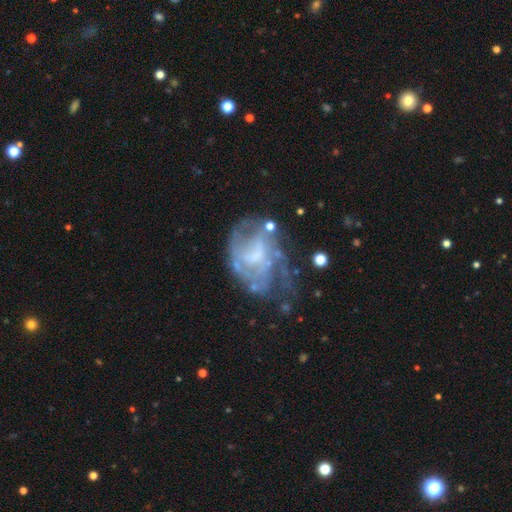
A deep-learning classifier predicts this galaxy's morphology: A featured or disk galaxy (74%) with no bar (53%), spiral arms (66%) and no central bulge (37%).

Vote fractions:
- Smooth or featured? featured or disk: 74% / smooth: 17% / star or artifact: 9%
- Edge-on disk? no: 97% / yes: 3%
- Bar? no: 53% / weak: 38% / strong: 8%
- Spiral arms? yes: 66% / no: 34%
- Bulge size? none: 37% / small: 30% / moderate: 27% / large: 4% / dominant: 1%
- Merging? none: 40% / major disturbance: 29% / minor disturbance: 25% / merger: 6%